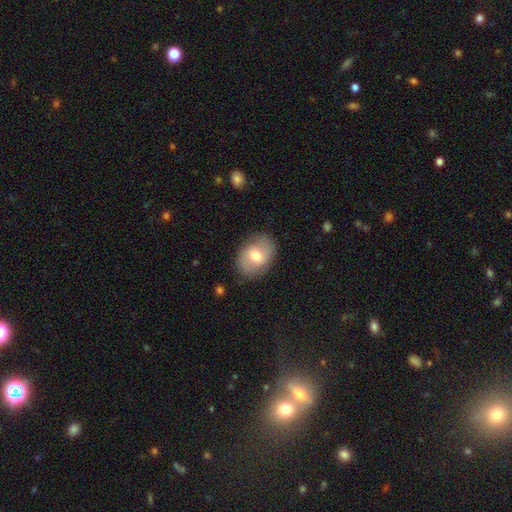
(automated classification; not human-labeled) smooth_or_featured: smooth (p=0.57) [alt: featured or disk p=0.35]
how_rounded: in between (p=0.71) [alt: round p=0.27]
merging: none (p=0.81) [alt: minor disturbance p=0.14]